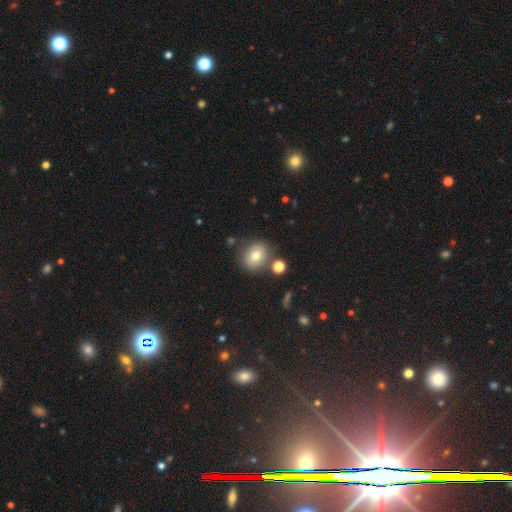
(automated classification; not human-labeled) A smooth galaxy with no disk features (73%) that is round (67%).

Vote fractions:
- Smooth or featured? smooth: 73% / featured or disk: 16% / star or artifact: 12%
- How rounded? round: 67% / in between: 32% / cigar-shaped: 1%
- Merging? none: 75% / minor disturbance: 11% / merger: 9% / major disturbance: 4%